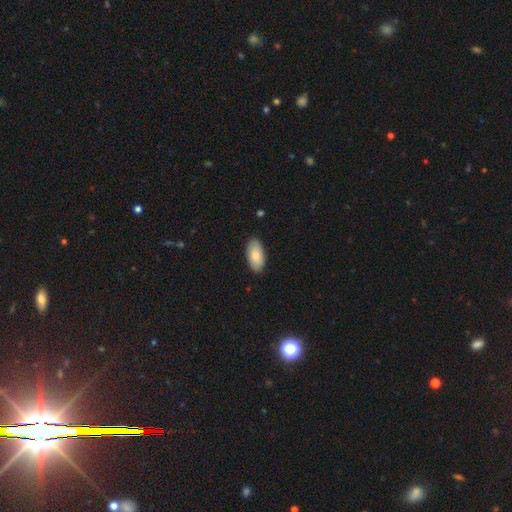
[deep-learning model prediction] smooth-or-featured: smooth: 84% | featured or disk: 11% | star or artifact: 6%
  how-rounded: in between: 95% | cigar-shaped: 3% | round: 2%
  merging: none: 87% | minor disturbance: 10% | major disturbance: 2% | merger: 1%